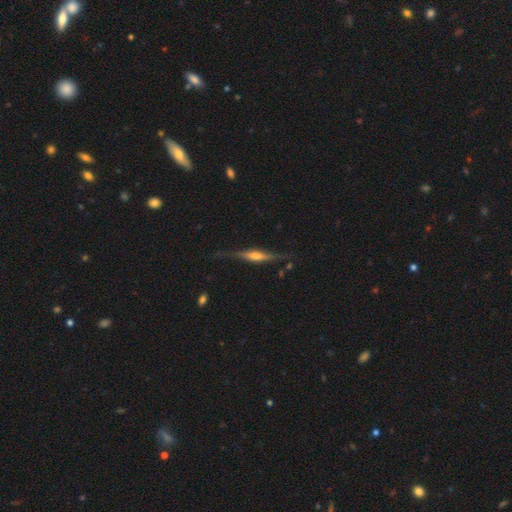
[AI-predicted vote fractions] Smooth or featured?
  - featured or disk: 73% *
  - smooth: 21%
  - star or artifact: 6%
Edge-on disk?
  - yes: 95% *
  - no: 5%
Edge-on bulge?
  - rounded: 74% *
  - boxy: 18%
  - none: 8%
Merging?
  - none: 76% *
  - minor disturbance: 17%
  - major disturbance: 5%
  - merger: 2%